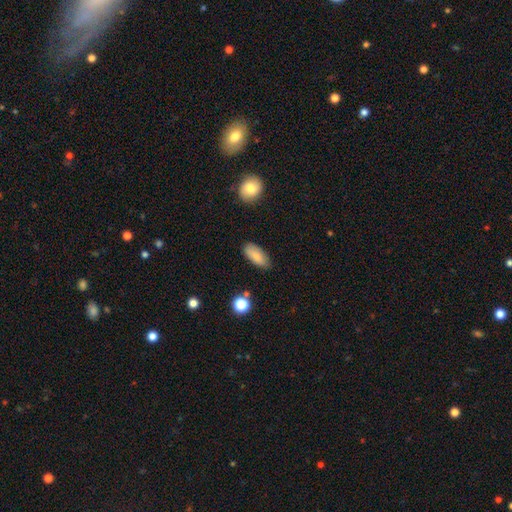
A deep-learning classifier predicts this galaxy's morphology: Smooth or featured?
  - smooth: 84% *
  - featured or disk: 9%
  - star or artifact: 7%
How rounded?
  - in between: 89% *
  - cigar-shaped: 9%
  - round: 3%
Merging?
  - none: 82% *
  - minor disturbance: 13%
  - major disturbance: 3%
  - merger: 2%